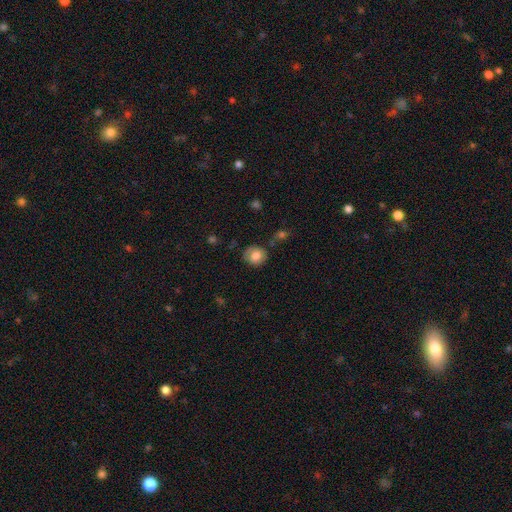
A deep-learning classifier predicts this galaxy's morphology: This appears to be a smooth galaxy with no disk features (75%) that is round (76%). Merging: none (68%).